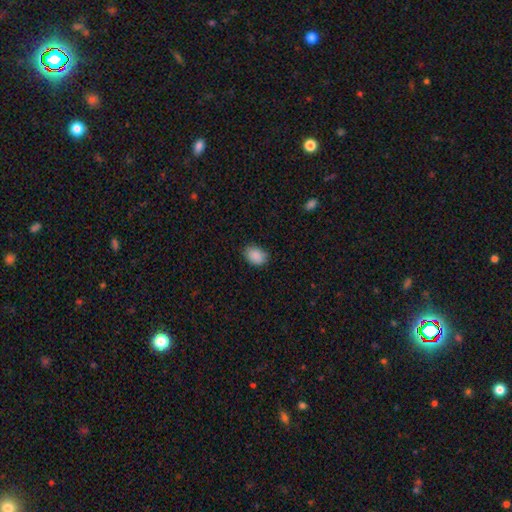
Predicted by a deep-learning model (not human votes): Smooth or featured?
  - smooth: 90% *
  - star or artifact: 7%
  - featured or disk: 3%
How rounded?
  - in between: 80% *
  - round: 19%
  - cigar-shaped: 1%
Merging?
  - none: 82% *
  - minor disturbance: 14%
  - major disturbance: 3%
  - merger: 1%